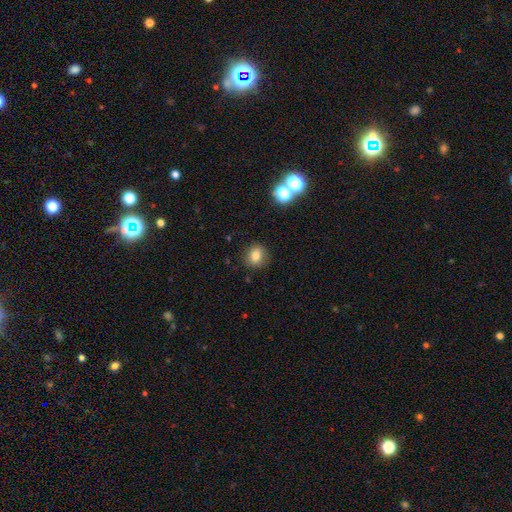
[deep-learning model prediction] Smooth or featured? Predicted: smooth (p=0.79). How rounded? Predicted: round (p=0.77). Merging? Predicted: none (p=0.86).